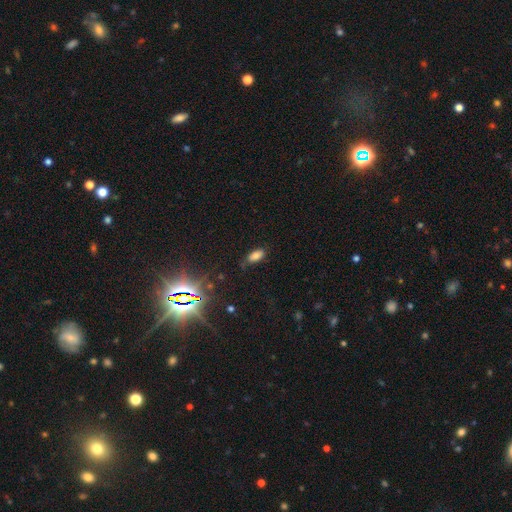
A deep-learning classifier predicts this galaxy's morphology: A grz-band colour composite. It shows a smooth galaxy with no disk features (77%) that is in between round and cigar-shaped (90%). Merging: none (73%).